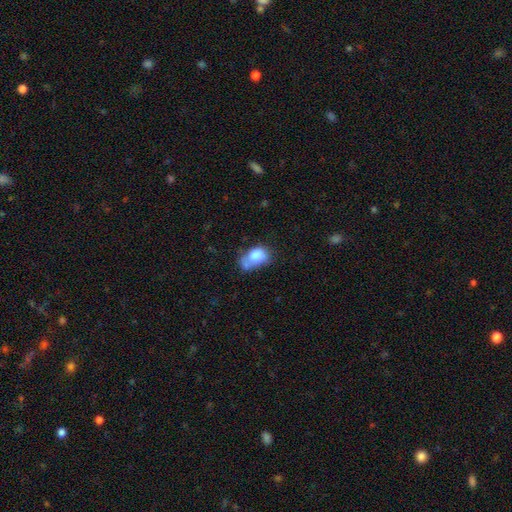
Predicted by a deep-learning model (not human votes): smooth_or_featured: smooth (p=0.79) [alt: featured or disk p=0.12]
how_rounded: in between (p=0.70) [alt: round p=0.29]
merging: merger (p=0.34) [alt: none p=0.29]